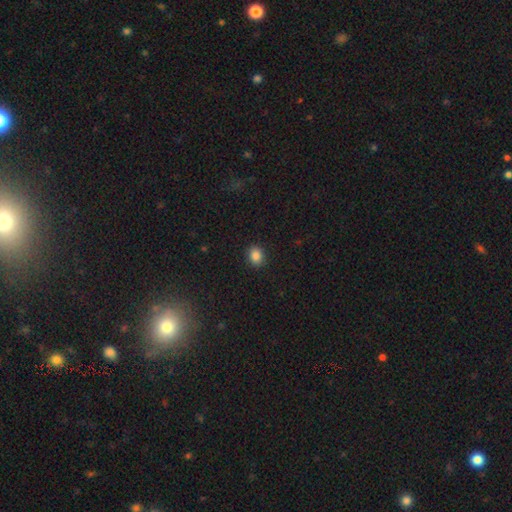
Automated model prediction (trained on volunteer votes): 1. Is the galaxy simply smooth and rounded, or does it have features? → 86% smooth, 10% star or artifact, 4% featured or disk.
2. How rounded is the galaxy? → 62% round, 37% in between, 1% cigar-shaped.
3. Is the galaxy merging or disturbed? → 91% none, 6% minor disturbance, 2% major disturbance, 1% merger.